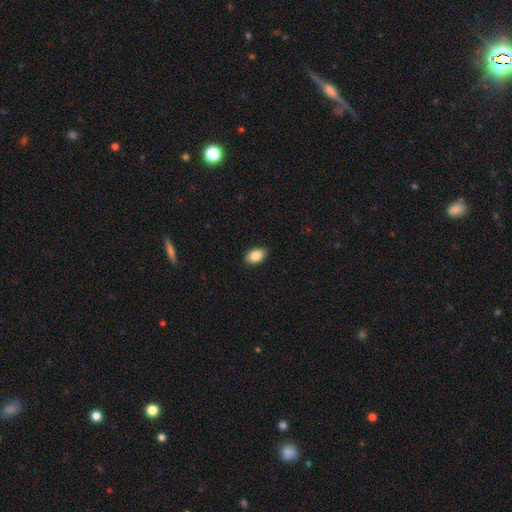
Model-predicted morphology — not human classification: Overall: smooth (86%). How rounded: in between (87%). Merging: none (89%).